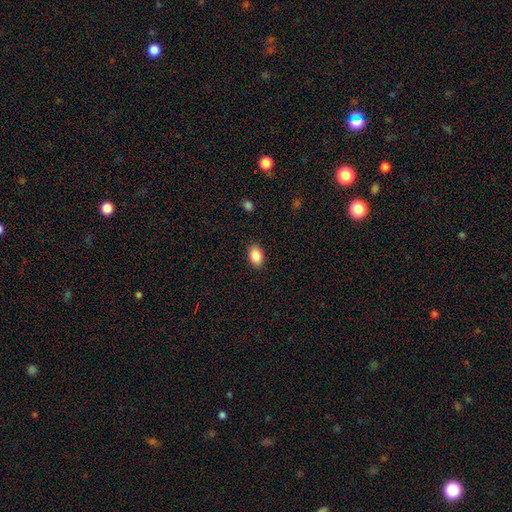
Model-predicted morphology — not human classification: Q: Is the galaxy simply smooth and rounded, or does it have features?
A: smooth — 89%.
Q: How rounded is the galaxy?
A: in between — 88%.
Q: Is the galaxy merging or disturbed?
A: none — 89%.